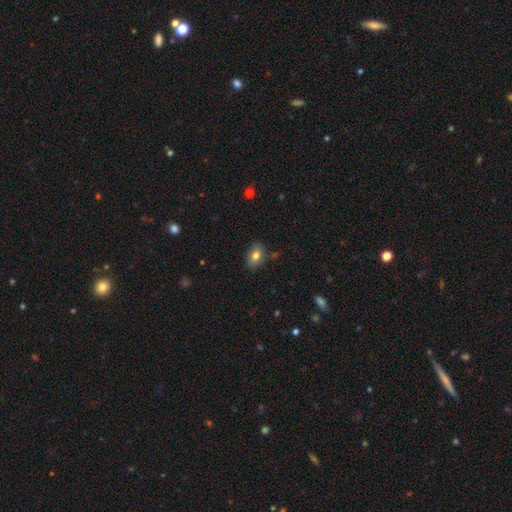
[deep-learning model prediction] Smooth or featured? Predicted: smooth (p=0.79). How rounded? Predicted: in between (p=0.85). Merging? Predicted: none (p=0.82).